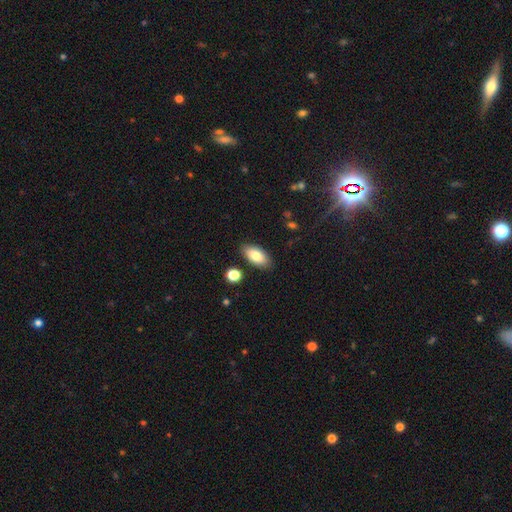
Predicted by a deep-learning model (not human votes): This appears to be a smooth galaxy with no disk features (81%) that is in between round and cigar-shaped (91%). Merging: none (85%).